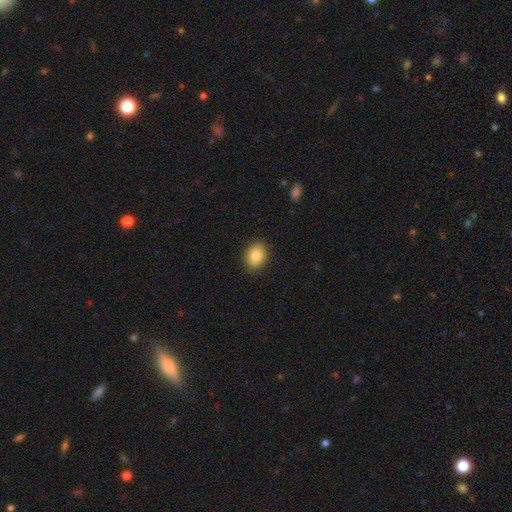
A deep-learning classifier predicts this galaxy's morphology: Smooth or featured? Predicted: smooth (p=0.85). How rounded? Predicted: in between (p=0.62). Merging? Predicted: none (p=0.90).